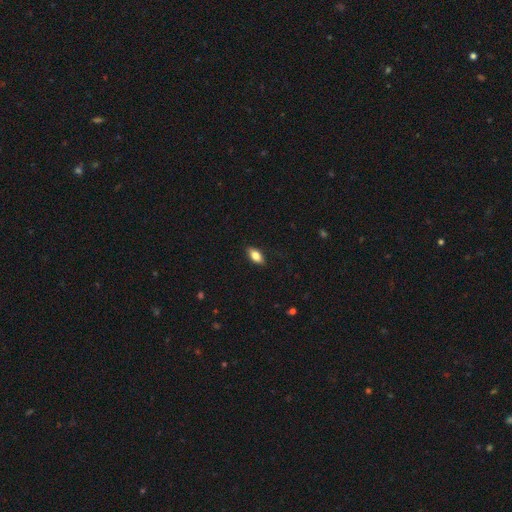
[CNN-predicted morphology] This appears to be a smooth galaxy with no disk features (79%) that is in between round and cigar-shaped (87%). Merging: none (87%).